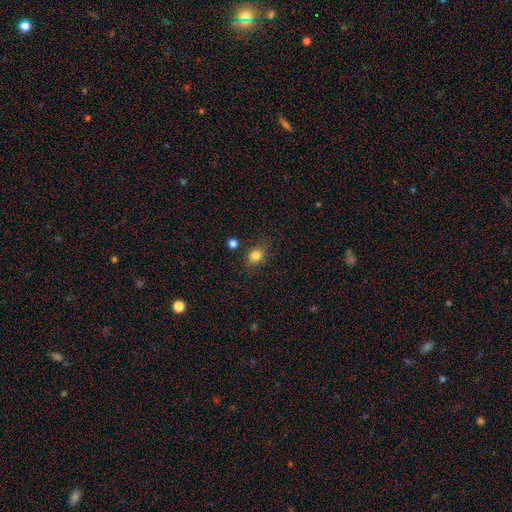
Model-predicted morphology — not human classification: smooth-or-featured: smooth: 81% | star or artifact: 11% | featured or disk: 7%
  how-rounded: round: 56% | in between: 43% | cigar-shaped: 1%
  merging: none: 76% | minor disturbance: 15% | major disturbance: 4% | merger: 4%